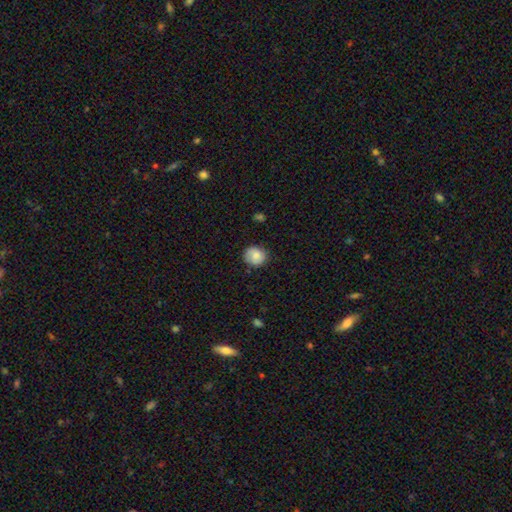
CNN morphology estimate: Overall: smooth (78%). How rounded: round (82%). Merging: none (78%).